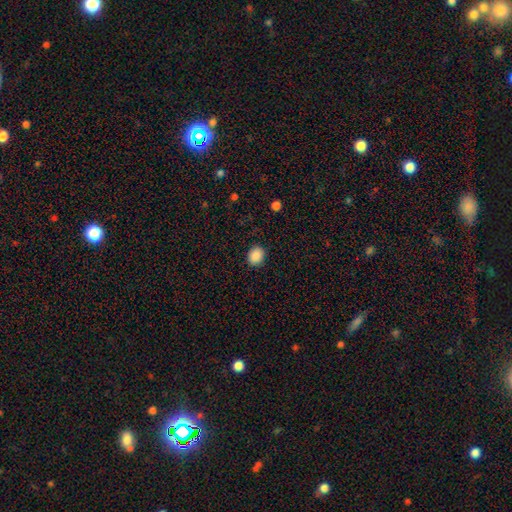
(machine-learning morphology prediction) Smooth or featured? Predicted: smooth (p=0.89). How rounded? Predicted: round (p=0.52). Merging? Predicted: none (p=0.88).